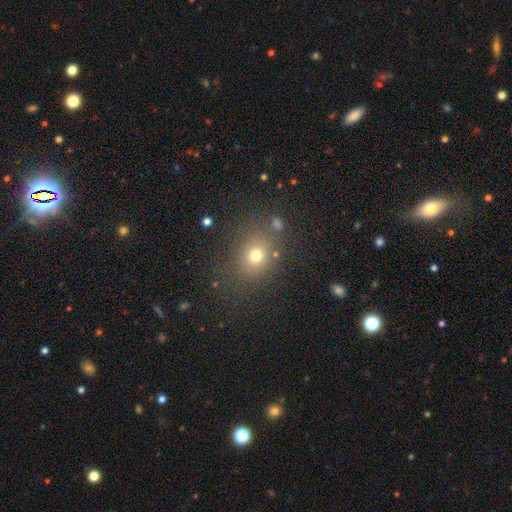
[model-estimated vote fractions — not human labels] smooth-or-featured: smooth: 72% | star or artifact: 18% | featured or disk: 10%
  how-rounded: round: 61% | in between: 38% | cigar-shaped: 1%
  merging: none: 75% | minor disturbance: 13% | major disturbance: 7% | merger: 5%